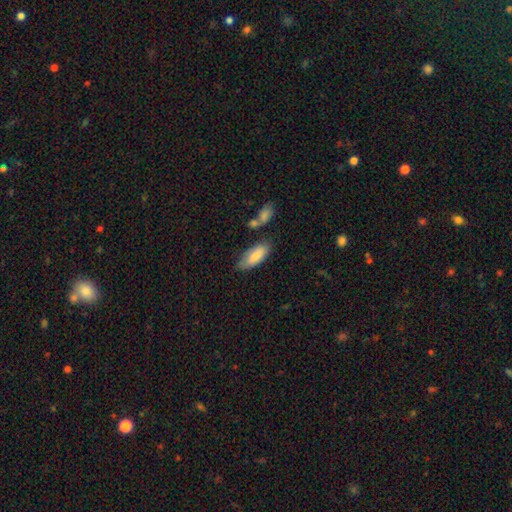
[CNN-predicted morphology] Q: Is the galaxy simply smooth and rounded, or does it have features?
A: smooth — 82%.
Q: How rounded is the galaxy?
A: in between — 81%.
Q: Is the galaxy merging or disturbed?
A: none — 70%.